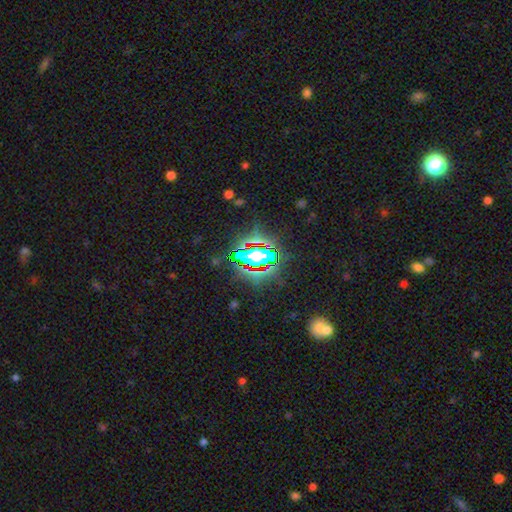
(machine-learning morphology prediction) Smooth or featured? Predicted: star or artifact (p=0.70).